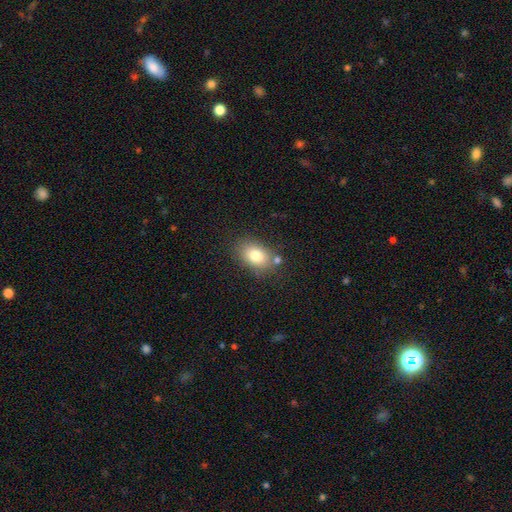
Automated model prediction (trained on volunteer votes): smooth-or-featured: smooth: 79% | featured or disk: 11% | star or artifact: 9%
  how-rounded: in between: 79% | round: 20% | cigar-shaped: 1%
  merging: none: 71% | minor disturbance: 15% | merger: 10% | major disturbance: 4%